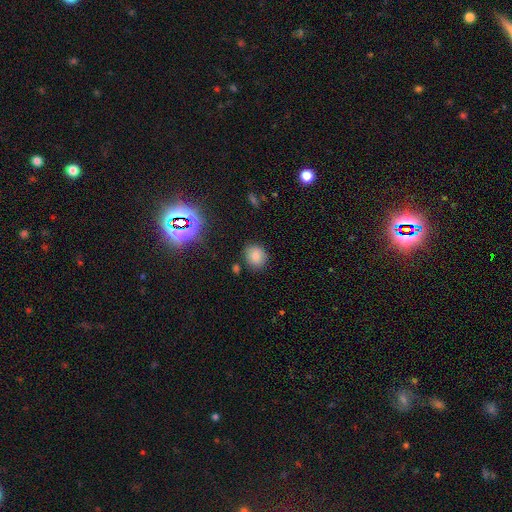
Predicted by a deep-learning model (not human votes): A smooth galaxy with no disk features (77%) that is round (67%). Merging: none (83%).